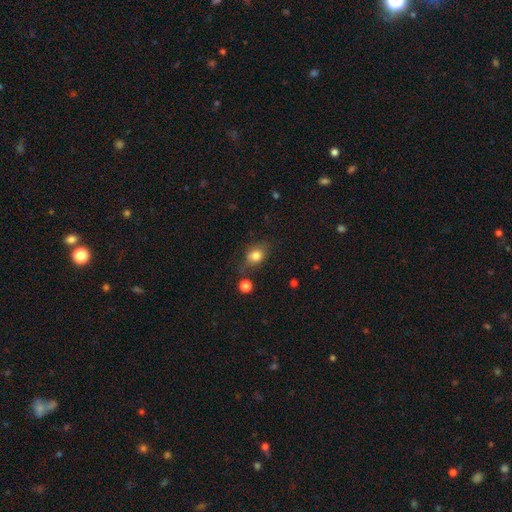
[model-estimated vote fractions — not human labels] A smooth galaxy with no disk features (78%) that is in between round and cigar-shaped (60%). Merging: none (62%).